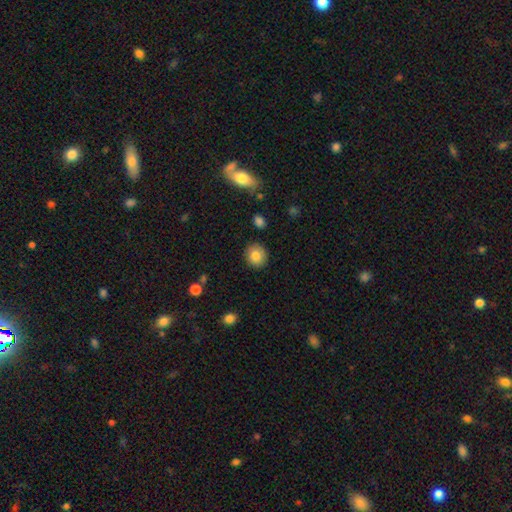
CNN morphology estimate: Smooth or featured: smooth — 82% (featured or disk — 9%)
How rounded: round — 88% (in between — 11%)
Merging: none — 89% (minor disturbance — 7%)